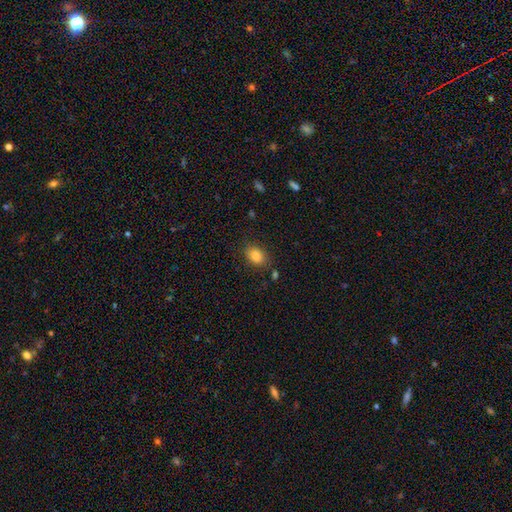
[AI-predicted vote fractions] smooth-or-featured: smooth: 85% | star or artifact: 9% | featured or disk: 5%
  how-rounded: in between: 73% | round: 25% | cigar-shaped: 1%
  merging: none: 79% | minor disturbance: 14% | major disturbance: 4% | merger: 3%